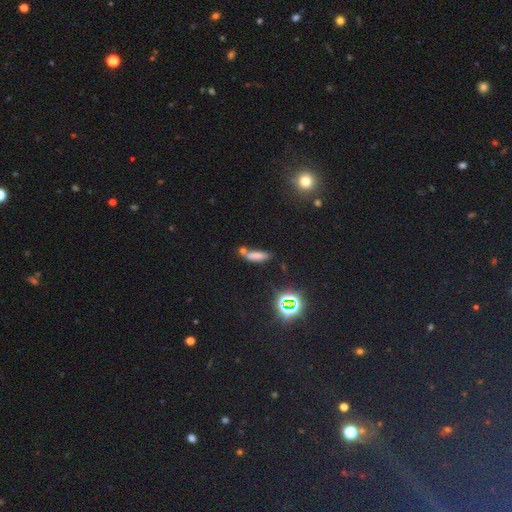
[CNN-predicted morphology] A smooth galaxy with no disk features (64%) that is cigar-shaped (50%).

Vote fractions:
- Smooth or featured? smooth: 64% / star or artifact: 24% / featured or disk: 12%
- How rounded? cigar-shaped: 50% / in between: 45% / round: 5%
- Merging? none: 46% / merger: 31% / minor disturbance: 16% / major disturbance: 7%